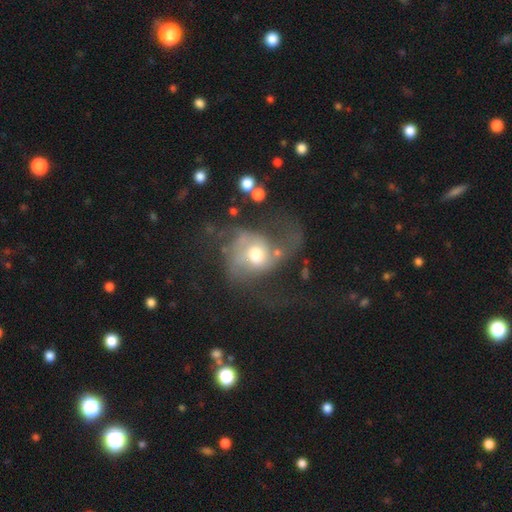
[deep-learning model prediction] Overall: featured or disk (57%; smooth 33%). Edge-on disk: no (97%). Bar: no (76%). Spiral arms: yes (63%; no 37%). Bulge size: moderate (65%). Merging: major disturbance (55%; none 23%).